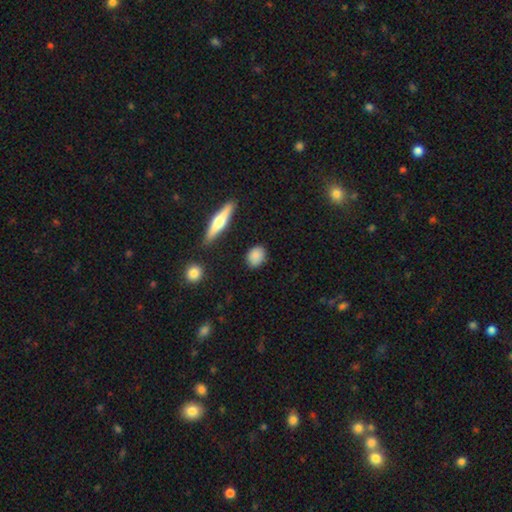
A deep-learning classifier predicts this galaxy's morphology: Smooth or featured? smooth (83%)
How rounded? in between (48%, tied with round)
Merging? none (84%)